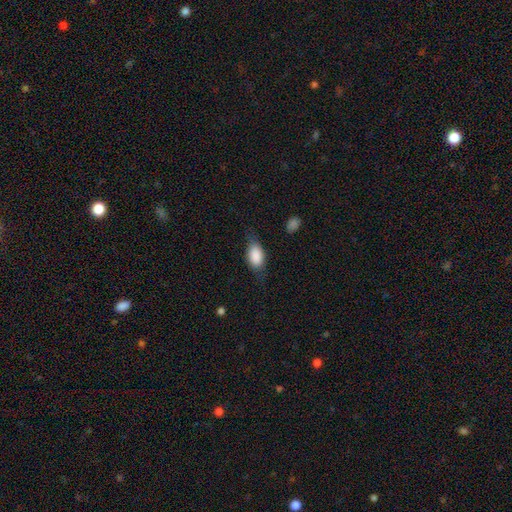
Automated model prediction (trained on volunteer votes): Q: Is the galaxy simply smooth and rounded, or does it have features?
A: smooth — 82%.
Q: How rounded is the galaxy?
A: in between — 88%.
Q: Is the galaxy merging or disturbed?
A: none — 64%.